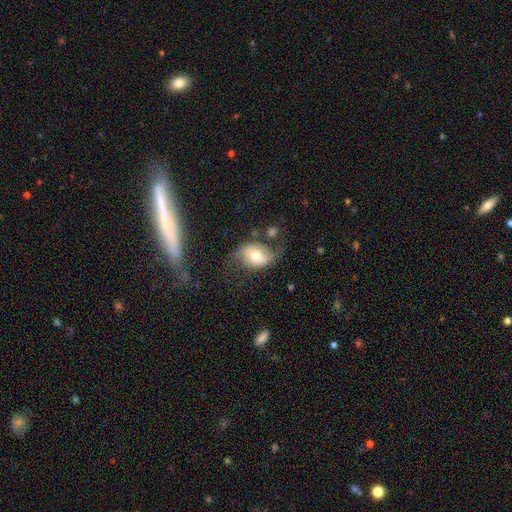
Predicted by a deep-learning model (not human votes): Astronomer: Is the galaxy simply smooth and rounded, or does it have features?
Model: smooth — 49% (runner-up: featured or disk, 42%).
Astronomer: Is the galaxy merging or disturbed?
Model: none — 53%.